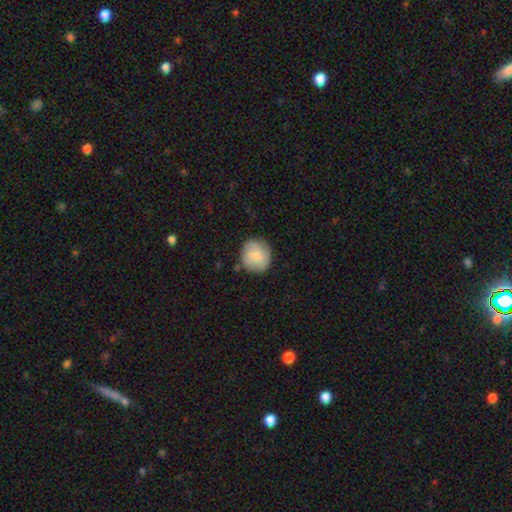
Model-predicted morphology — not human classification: smooth_or_featured: smooth (p=0.67) [alt: featured or disk p=0.26]
how_rounded: round (p=0.86) [alt: in between p=0.13]
merging: none (p=0.78) [alt: minor disturbance p=0.16]